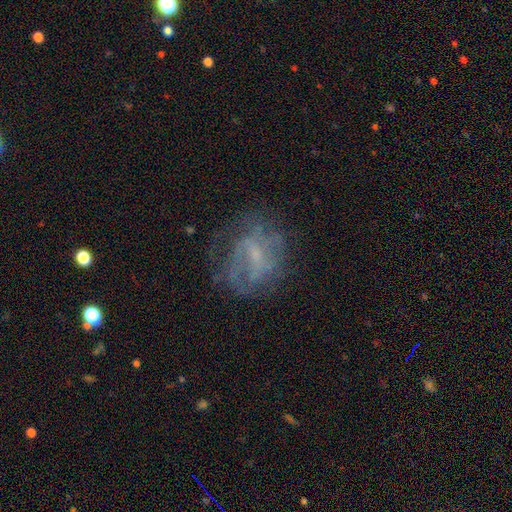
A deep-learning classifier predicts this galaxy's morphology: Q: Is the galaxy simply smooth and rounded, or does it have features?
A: featured or disk — 61%.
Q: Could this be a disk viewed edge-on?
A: no — 96%.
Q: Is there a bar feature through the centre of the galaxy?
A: weak — 45%.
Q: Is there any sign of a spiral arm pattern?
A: yes — 55%.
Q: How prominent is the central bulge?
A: small — 59%.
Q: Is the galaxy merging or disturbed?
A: none — 58%.